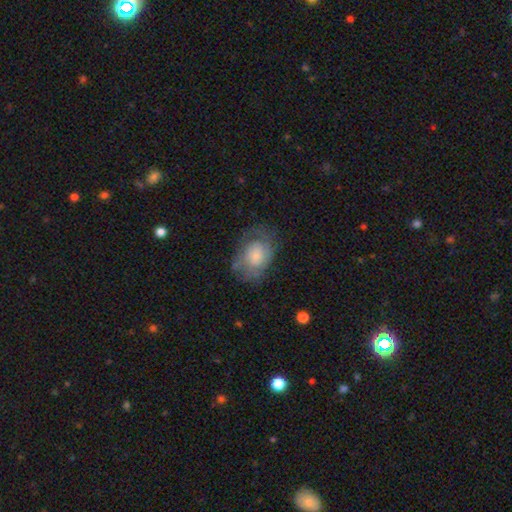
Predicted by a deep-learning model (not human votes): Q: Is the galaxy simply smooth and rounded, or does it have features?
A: smooth — 50%.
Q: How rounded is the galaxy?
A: in between — 67%.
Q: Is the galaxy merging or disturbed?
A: none — 53%.